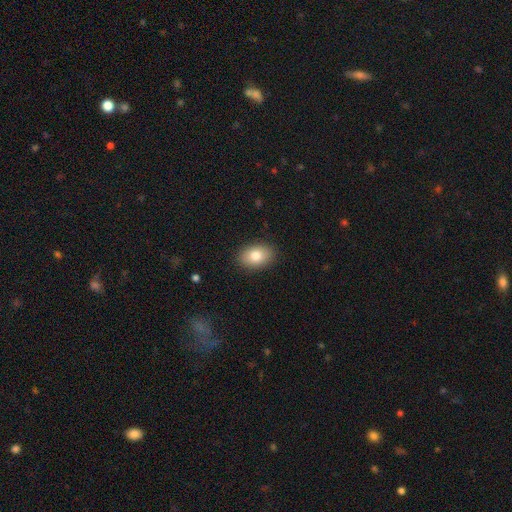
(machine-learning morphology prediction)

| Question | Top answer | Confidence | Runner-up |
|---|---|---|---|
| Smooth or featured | smooth | 81% | featured or disk (11%) |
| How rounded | in between | 84% | round (15%) |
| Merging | none | 89% | minor disturbance (8%) |